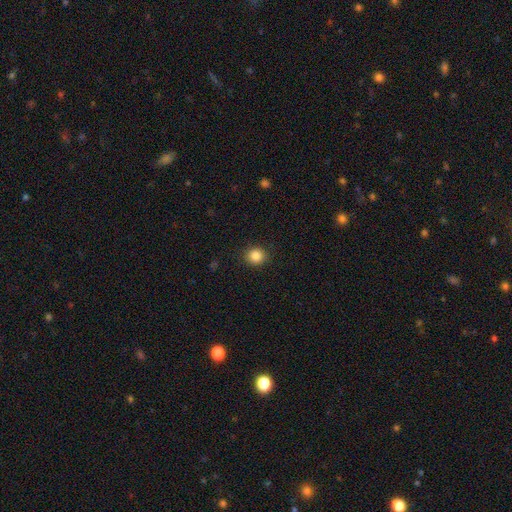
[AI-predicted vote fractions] Q: Smooth or featured?
A: smooth (85%); runner-up: star or artifact (10%)
Q: How rounded?
A: round (83%); runner-up: in between (16%)
Q: Merging?
A: none (90%); runner-up: minor disturbance (7%)